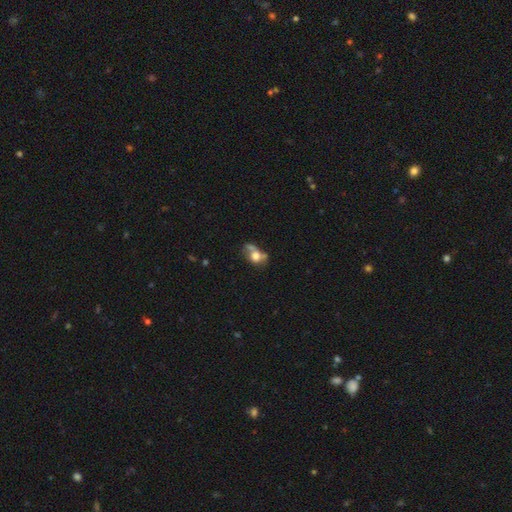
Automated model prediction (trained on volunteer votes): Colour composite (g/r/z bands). It shows a smooth galaxy with no disk features (59%) that is in between round and cigar-shaped (61%). Merging: merger (28%).